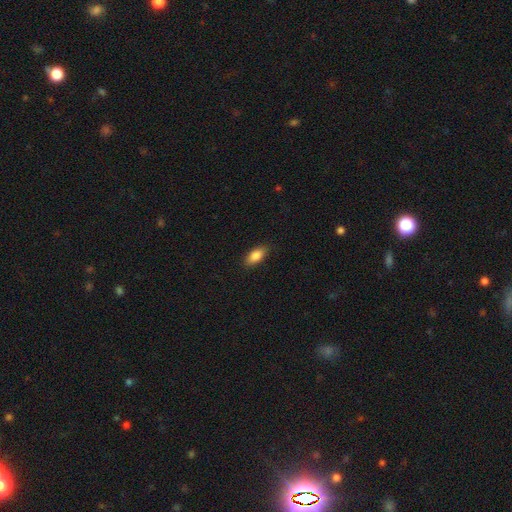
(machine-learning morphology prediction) This appears to be a smooth galaxy with no disk features (86%) that is in between round and cigar-shaped (89%). Merging: none (86%).